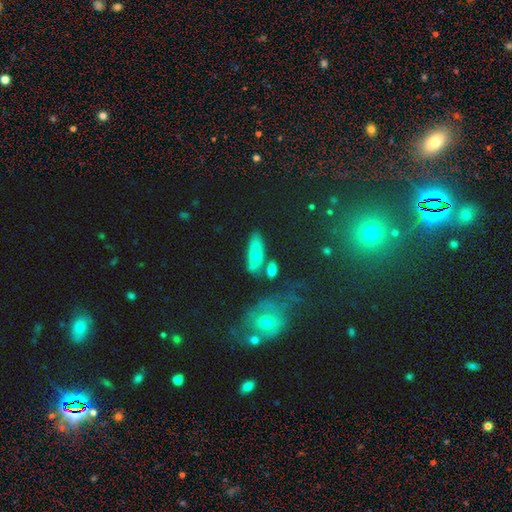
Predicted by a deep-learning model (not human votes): smooth-or-featured: smooth: 65% | featured or disk: 24% | star or artifact: 11%
  how-rounded: in between: 68% | cigar-shaped: 27% | round: 5%
  merging: none: 58% | minor disturbance: 20% | merger: 14% | major disturbance: 8%